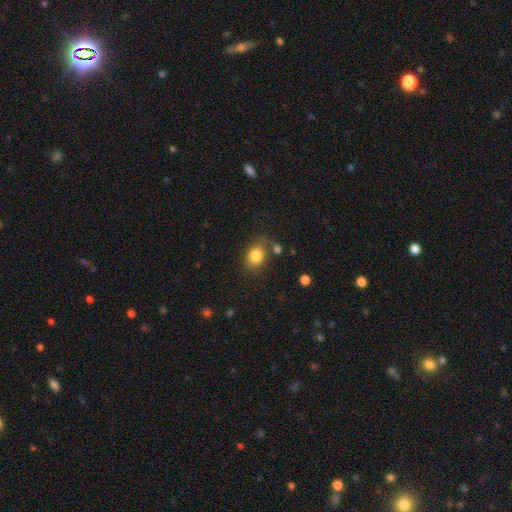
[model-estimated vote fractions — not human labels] Q: Smooth or featured?
A: smooth (83%); runner-up: star or artifact (10%)
Q: How rounded?
A: in between (61%); runner-up: round (38%)
Q: Merging?
A: none (68%); runner-up: minor disturbance (18%)